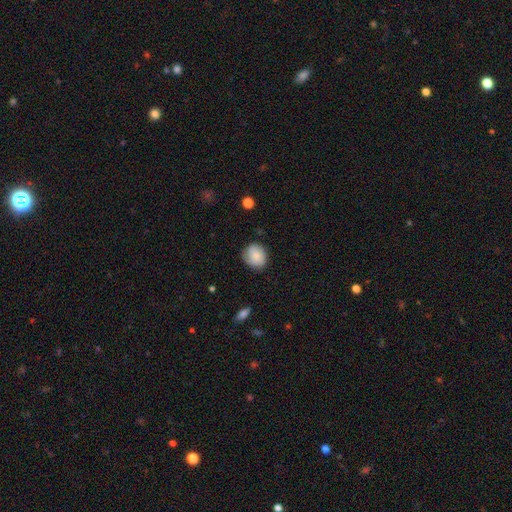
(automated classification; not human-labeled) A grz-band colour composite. It shows a smooth galaxy with no disk features (77%) that is round (70%). Merging: none (74%).